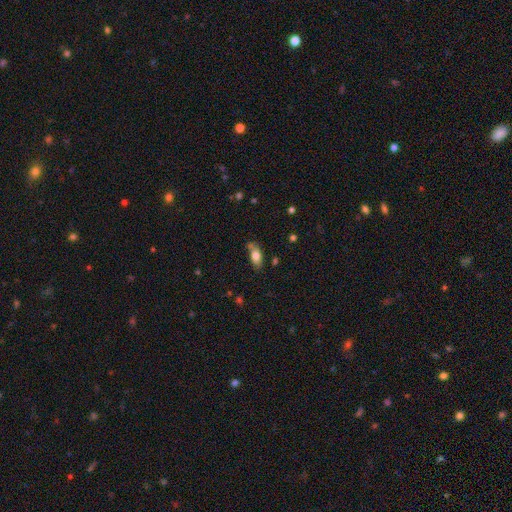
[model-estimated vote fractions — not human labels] smooth 76%, featured or disk 16%, star or artifact 8%. Down the decision tree: how rounded — in between (84%); merging — none (59%).